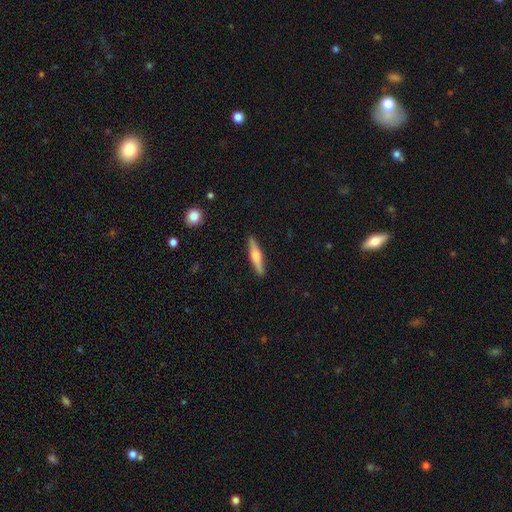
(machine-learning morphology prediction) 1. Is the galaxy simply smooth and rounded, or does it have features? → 53% featured or disk, 41% smooth, 6% star or artifact.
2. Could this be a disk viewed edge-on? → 96% yes, 4% no.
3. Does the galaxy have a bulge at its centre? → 83% rounded, 11% boxy, 6% none.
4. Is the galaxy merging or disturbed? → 90% none, 7% minor disturbance, 2% major disturbance, 1% merger.